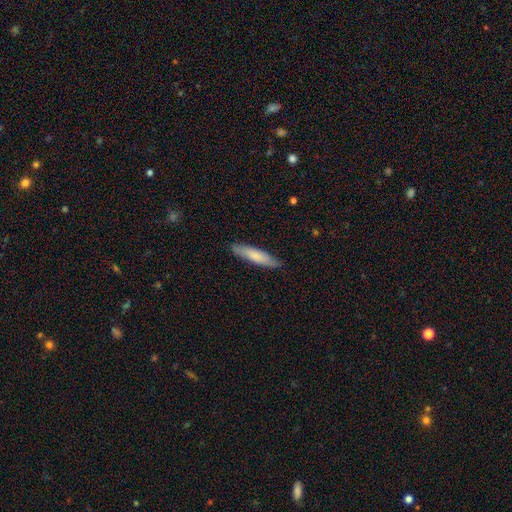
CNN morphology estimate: type=smooth (74%); roundness=cigar-shaped (82%); merging=none (86%).